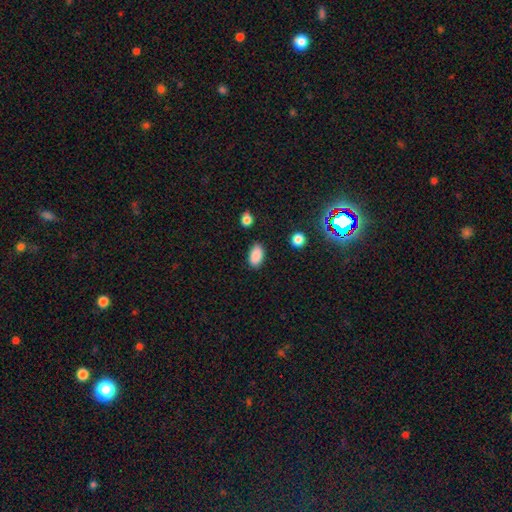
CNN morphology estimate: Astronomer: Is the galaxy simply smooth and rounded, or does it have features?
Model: smooth — 88%.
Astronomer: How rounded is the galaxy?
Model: in between — 91%.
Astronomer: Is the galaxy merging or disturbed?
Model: none — 85%.